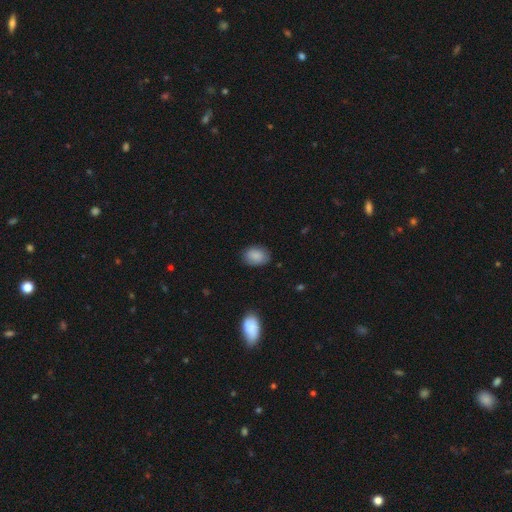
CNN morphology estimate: Q: Smooth or featured?
A: smooth (86%); runner-up: star or artifact (7%)
Q: How rounded?
A: in between (74%); runner-up: round (25%)
Q: Merging?
A: none (79%); runner-up: minor disturbance (17%)